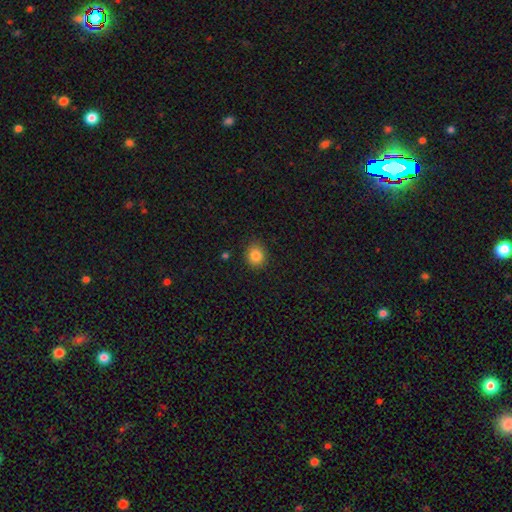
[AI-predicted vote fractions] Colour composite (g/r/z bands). It shows a smooth galaxy with no disk features (84%) that is round (77%). Merging: none (88%).